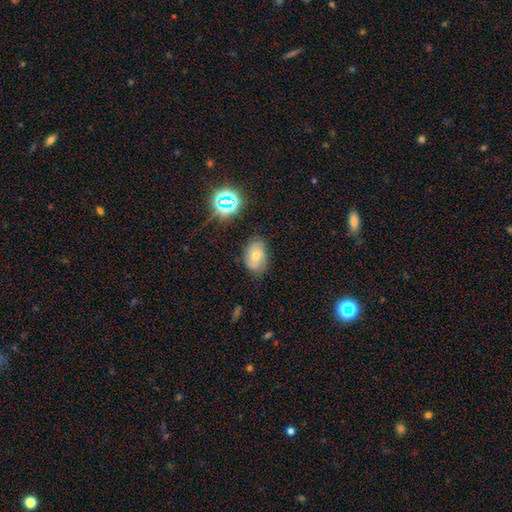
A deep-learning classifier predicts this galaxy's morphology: A featured or disk galaxy (42%).

Vote fractions:
- Smooth or featured? featured or disk: 42% / smooth: 40% / star or artifact: 18%
- Merging? none: 72% / minor disturbance: 21% / major disturbance: 5% / merger: 2%